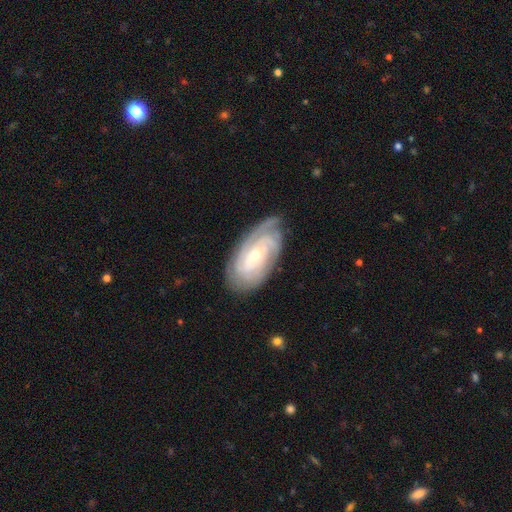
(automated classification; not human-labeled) Smooth or featured?
  - featured or disk: 85% *
  - smooth: 10%
  - star or artifact: 5%
Edge-on disk?
  - no: 95% *
  - yes: 5%
Bar?
  - no: 57% *
  - weak: 31%
  - strong: 12%
Spiral arms?
  - yes: 96% *
  - no: 4%
Spiral winding?
  - tight: 75% *
  - medium: 20%
  - loose: 4%
Spiral arm count?
  - can't tell: 30% *
  - 3: 24%
  - 2: 23%
  - 4: 13%
  - more than 4: 5%
  - 1: 5%
Bulge size?
  - small: 58% *
  - moderate: 39%
  - large: 1%
  - none: 1%
  - dominant: 1%
Merging?
  - none: 76% *
  - minor disturbance: 18%
  - major disturbance: 5%
  - merger: 1%